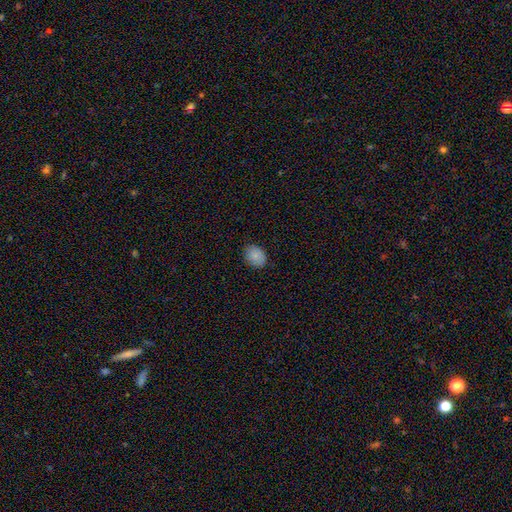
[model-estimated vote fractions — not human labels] Smooth or featured?
  - smooth: 86% *
  - star or artifact: 8%
  - featured or disk: 5%
How rounded?
  - in between: 62% *
  - round: 37%
  - cigar-shaped: 1%
Merging?
  - none: 85% *
  - minor disturbance: 12%
  - major disturbance: 2%
  - merger: 1%